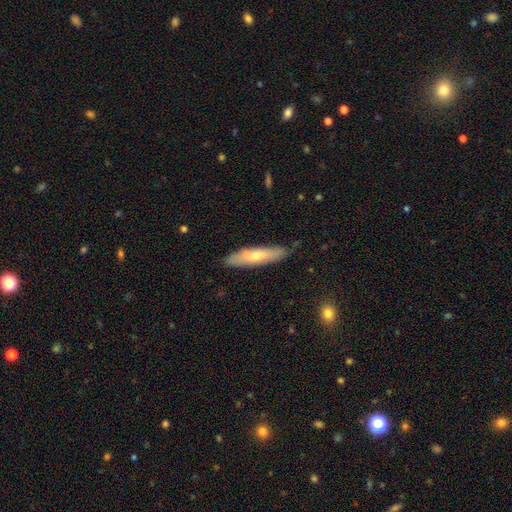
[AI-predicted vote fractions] Smooth or featured? smooth (61%)
How rounded? cigar-shaped (77%)
Merging? none (81%)